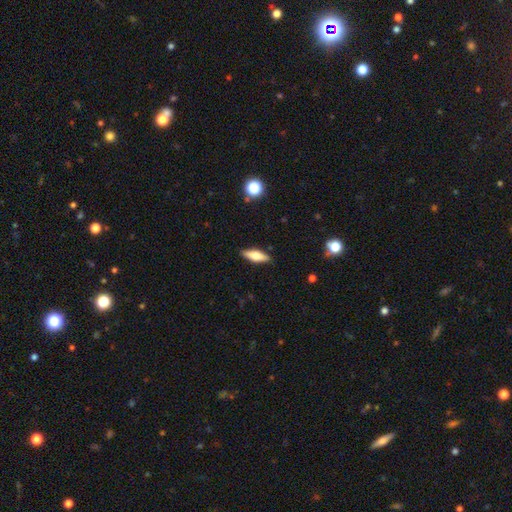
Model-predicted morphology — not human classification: Overall: smooth (62%; featured or disk 31%). How rounded: in between (55%; cigar-shaped 43%). Merging: none (88%).